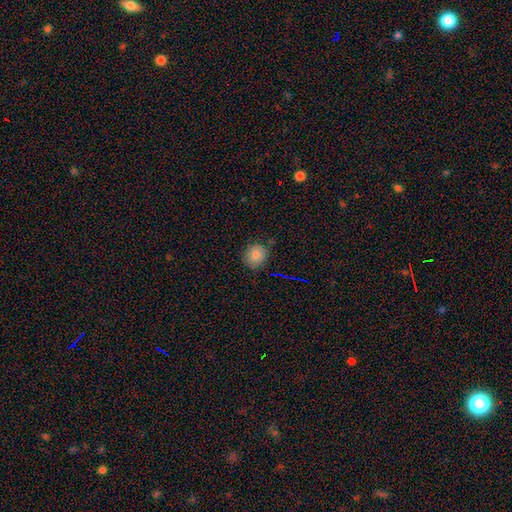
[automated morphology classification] This is clearly a smooth galaxy (83%). How rounded: clearly round (81%). Merging: clearly none (81%).